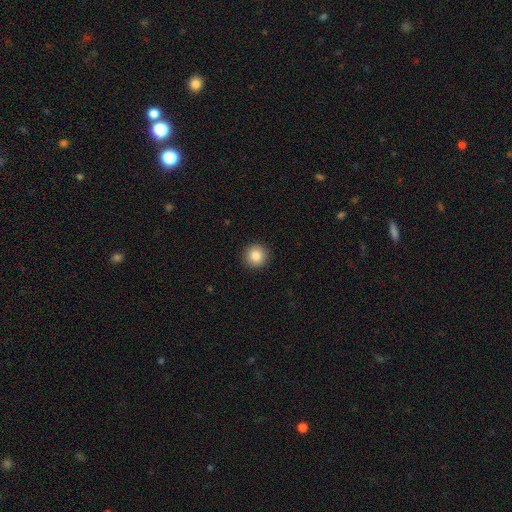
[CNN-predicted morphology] smooth 85%, star or artifact 9%, featured or disk 6%. Down the decision tree: how rounded — round (95%); merging — none (93%).